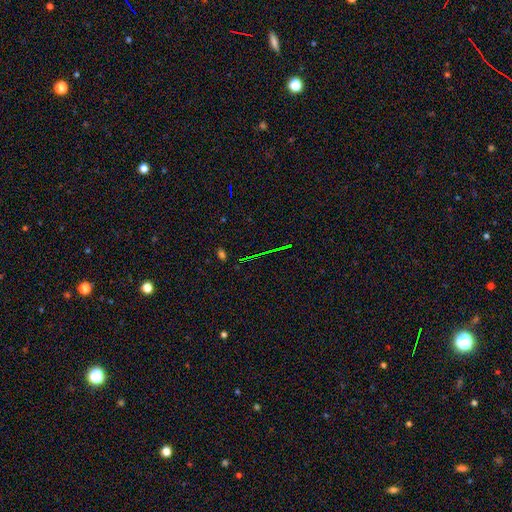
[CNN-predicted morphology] Q: Smooth or featured?
A: star or artifact (70%); runner-up: featured or disk (16%)